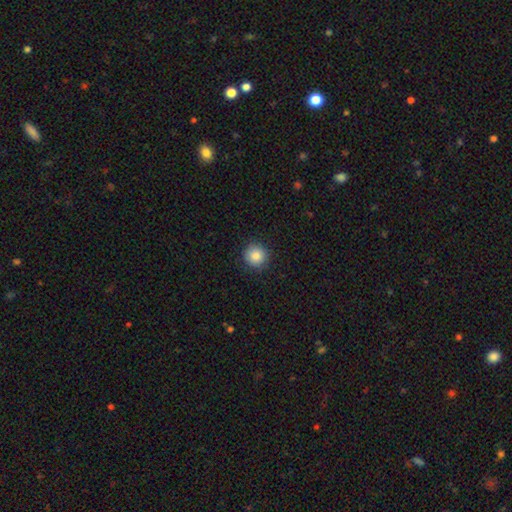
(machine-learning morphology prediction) This appears to be a smooth galaxy with no disk features (86%) that is round (95%). Merging: none (91%).